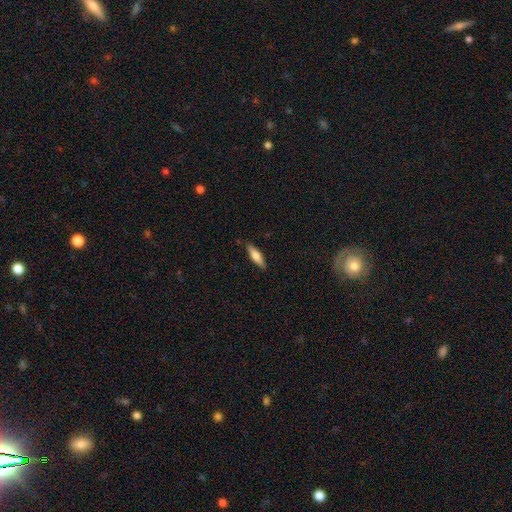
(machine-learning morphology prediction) type=smooth (65%); roundness=cigar-shaped (62%); merging=none (87%).